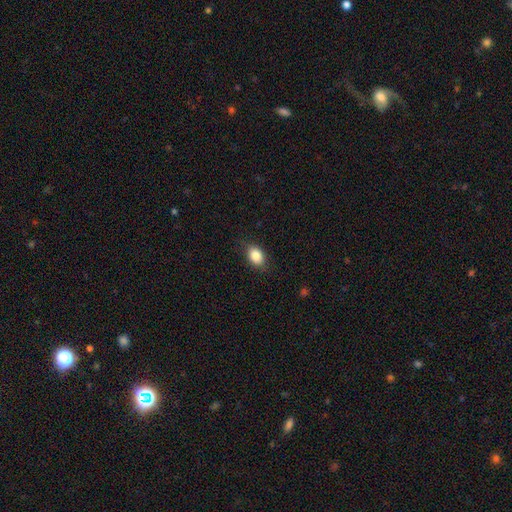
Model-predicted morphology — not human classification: Smooth or featured? smooth (86%)
How rounded? in between (80%)
Merging? none (84%)